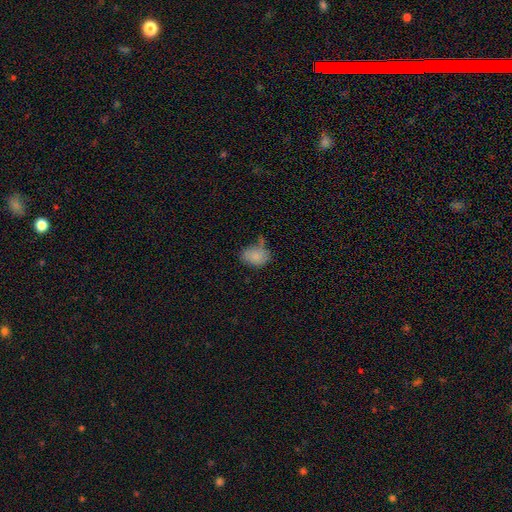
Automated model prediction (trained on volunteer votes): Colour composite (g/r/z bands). It shows a smooth galaxy with no disk features (81%) that is in between round and cigar-shaped (70%). Merging: none (48%).